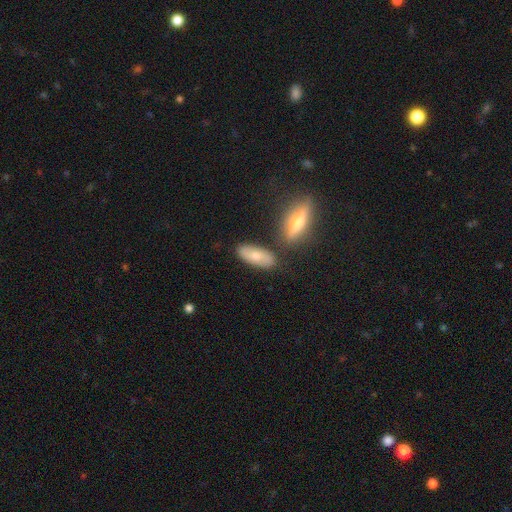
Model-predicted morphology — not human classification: smooth-or-featured: smooth: 63% | featured or disk: 30% | star or artifact: 7%
  how-rounded: in between: 81% | cigar-shaped: 15% | round: 3%
  merging: none: 74% | minor disturbance: 13% | merger: 10% | major disturbance: 3%